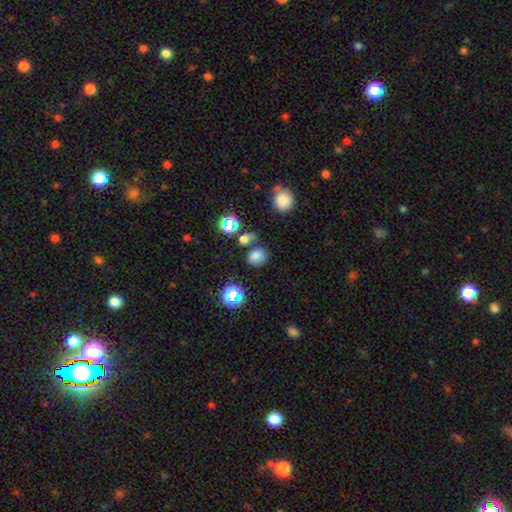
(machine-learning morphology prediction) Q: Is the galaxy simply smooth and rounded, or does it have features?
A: smooth — 69%.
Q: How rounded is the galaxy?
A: round — 61%.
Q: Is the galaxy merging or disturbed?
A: none — 63%.